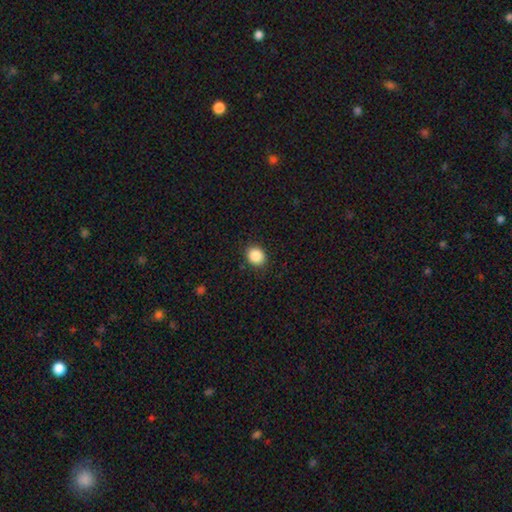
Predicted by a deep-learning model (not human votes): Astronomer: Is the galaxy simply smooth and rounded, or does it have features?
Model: smooth — 87%.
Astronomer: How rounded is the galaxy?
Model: round — 73%.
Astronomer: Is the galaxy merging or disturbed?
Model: none — 89%.